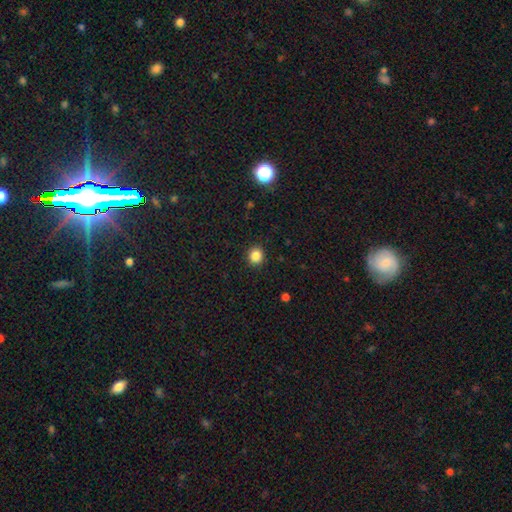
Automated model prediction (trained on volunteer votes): Morphology: type=smooth (85%); roundness=round (84%); merging=none (91%).